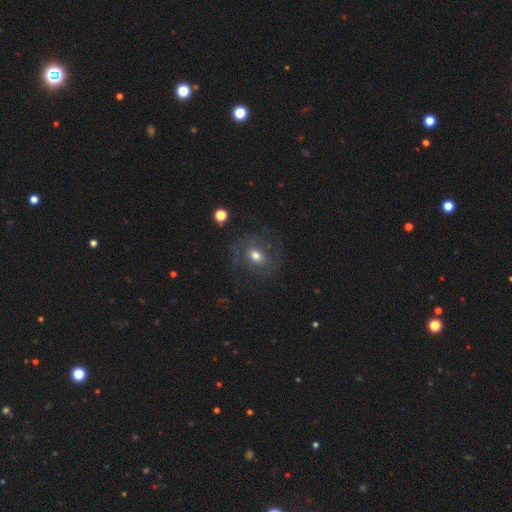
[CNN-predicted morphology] The model was most divided on "bar": no: 54%, weak: 36%, strong: 9%. More confident: edge-on disk — no (96%); spiral arms — yes (77%); bulge size — moderate (69%); merging — none (66%); smooth or featured — featured or disk (61%).